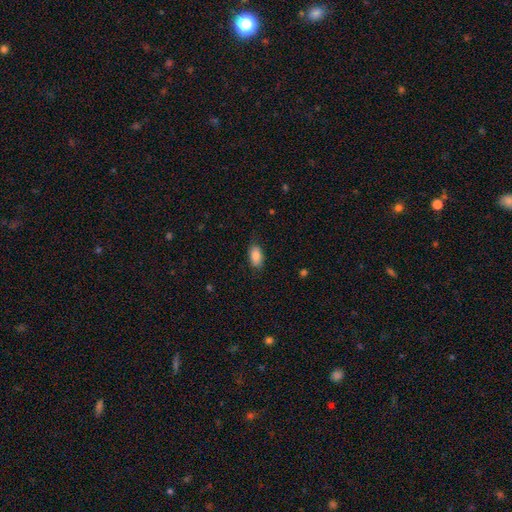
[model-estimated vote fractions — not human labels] This appears to be a smooth galaxy with no disk features (86%) that is in between round and cigar-shaped (92%). Merging: none (82%).